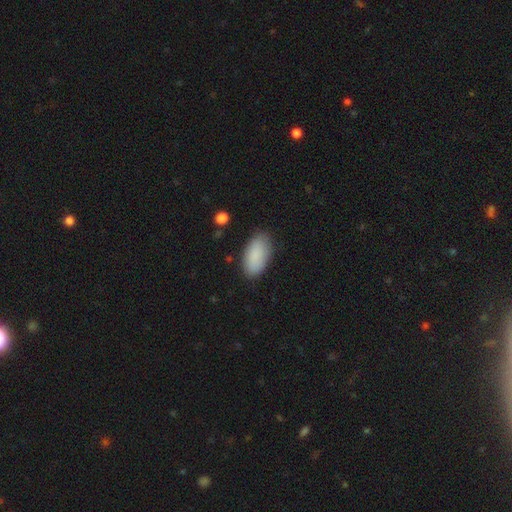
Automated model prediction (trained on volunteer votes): Smooth or featured?
  - smooth: 88% *
  - star or artifact: 6%
  - featured or disk: 5%
How rounded?
  - in between: 95% *
  - cigar-shaped: 3%
  - round: 2%
Merging?
  - none: 84% *
  - minor disturbance: 12%
  - major disturbance: 3%
  - merger: 1%